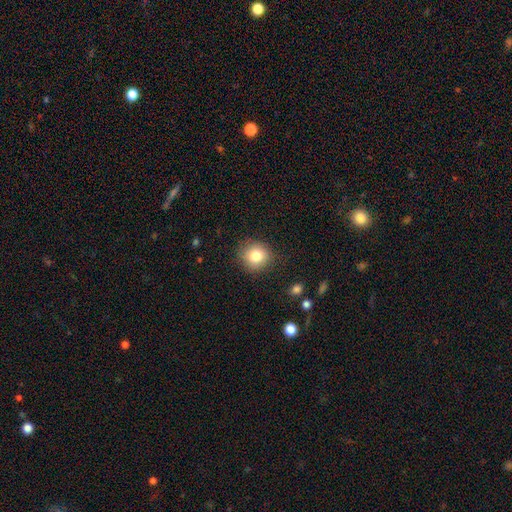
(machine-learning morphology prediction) type=smooth (81%); roundness=round (86%); merging=none (86%).